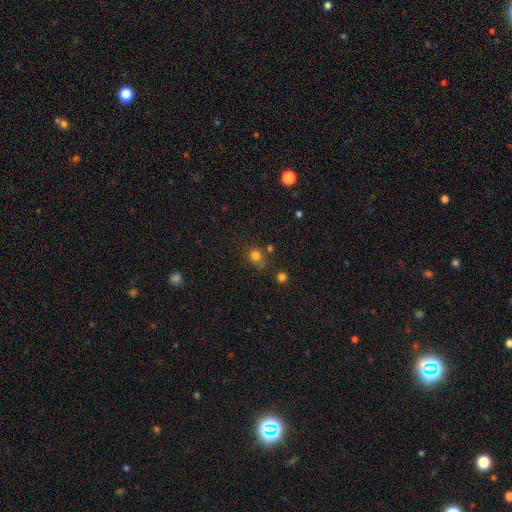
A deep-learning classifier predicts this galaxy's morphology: Overall: smooth (78%). How rounded: round (71%). Merging: none (61%; minor disturbance 22%).